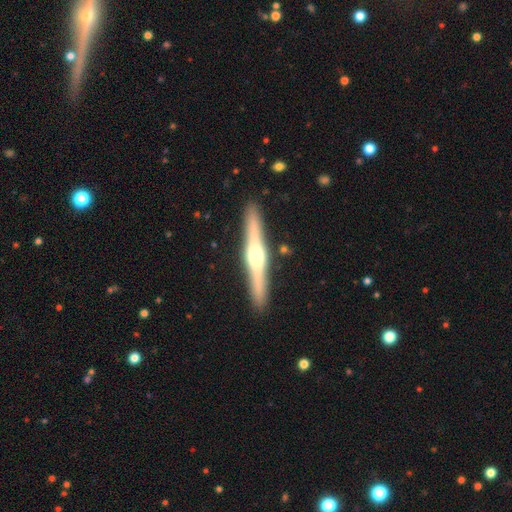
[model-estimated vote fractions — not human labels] Morphology: type=featured or disk (76%); edge-on=yes (98%); edge-on bulge=rounded (91%); merging=none (91%).